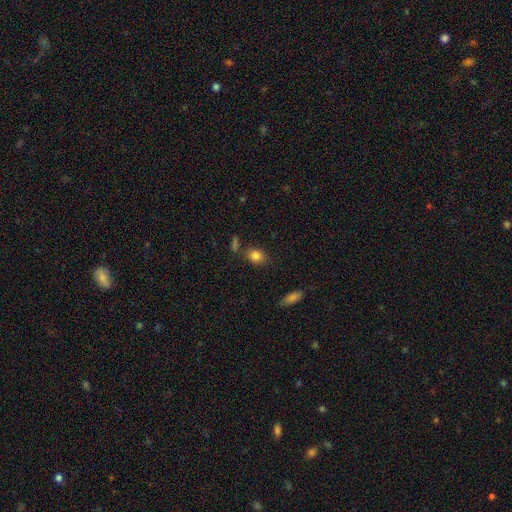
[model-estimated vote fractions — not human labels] smooth-or-featured: smooth: 83% | star or artifact: 10% | featured or disk: 7%
  how-rounded: in between: 55% | round: 43% | cigar-shaped: 2%
  merging: none: 77% | minor disturbance: 13% | merger: 6% | major disturbance: 4%